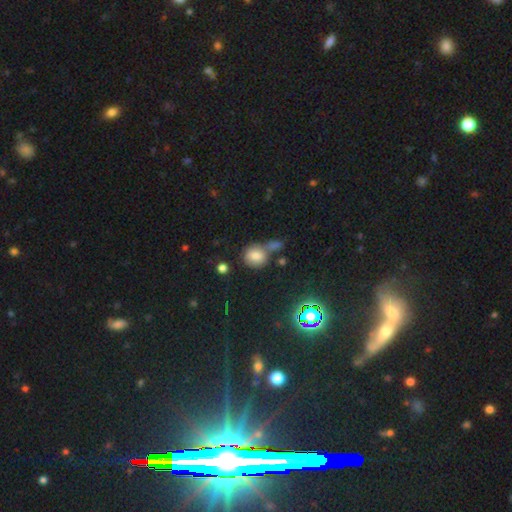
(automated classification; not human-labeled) Smooth or featured? smooth (74%)
How rounded? round (70%)
Merging? none (51%)